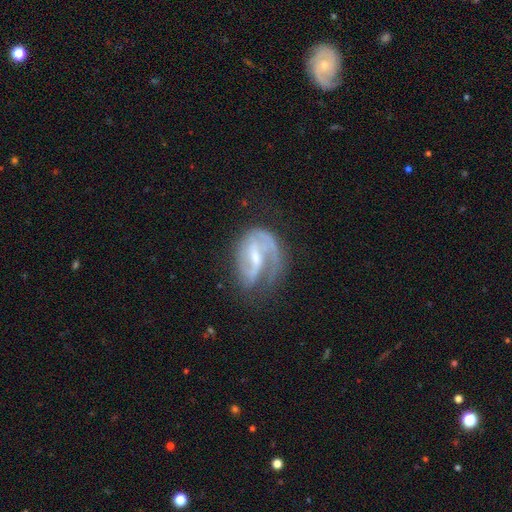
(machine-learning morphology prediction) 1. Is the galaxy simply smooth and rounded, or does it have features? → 81% featured or disk, 13% smooth, 6% star or artifact.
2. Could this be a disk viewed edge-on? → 96% no, 4% yes.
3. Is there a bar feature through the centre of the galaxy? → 48% weak, 32% strong, 20% no.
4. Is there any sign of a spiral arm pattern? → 90% yes, 10% no.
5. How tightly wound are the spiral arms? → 43% medium, 31% tight, 25% loose.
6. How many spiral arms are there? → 46% 1, 37% 2, 11% can't tell, 4% 3, 1% 4, 1% more than 4.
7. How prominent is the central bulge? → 50% small, 38% moderate, 7% none, 3% large, 1% dominant.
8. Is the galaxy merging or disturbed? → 45% none, 29% major disturbance, 24% minor disturbance, 3% merger.